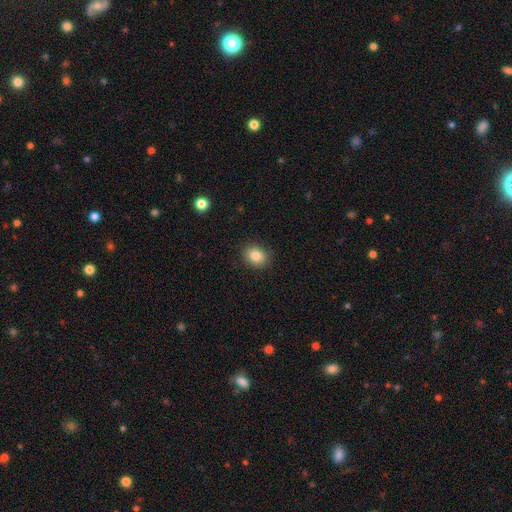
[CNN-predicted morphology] This appears to be a smooth galaxy with no disk features (84%) that is round (55%). Merging: none (89%).